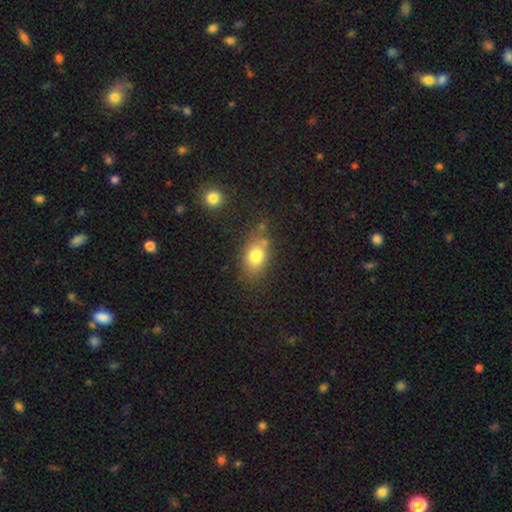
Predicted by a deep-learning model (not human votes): smooth_or_featured: smooth (p=0.79) [alt: featured or disk p=0.12]
how_rounded: in between (p=0.75) [alt: round p=0.23]
merging: none (p=0.67) [alt: minor disturbance p=0.19]